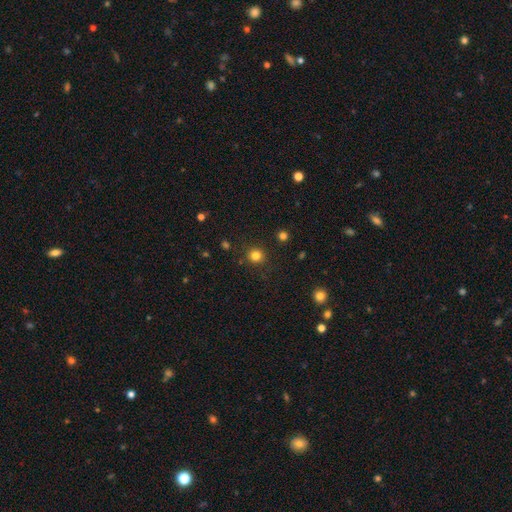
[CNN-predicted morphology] The model was most divided on "smooth or featured": smooth: 82%, star or artifact: 14%, featured or disk: 4%. More confident: how rounded — round (93%); merging — none (90%).